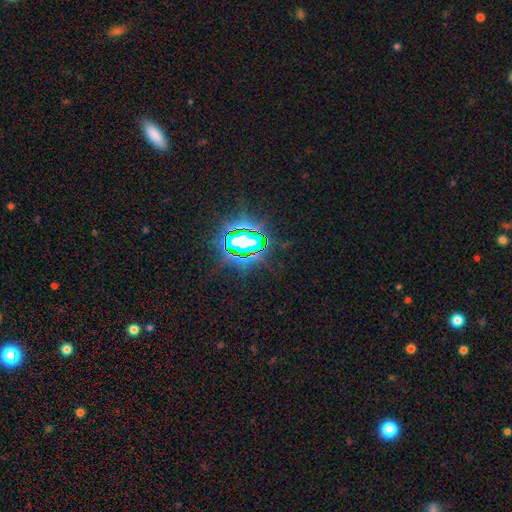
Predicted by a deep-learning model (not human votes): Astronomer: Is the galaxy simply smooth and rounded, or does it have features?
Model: star or artifact — 82%.